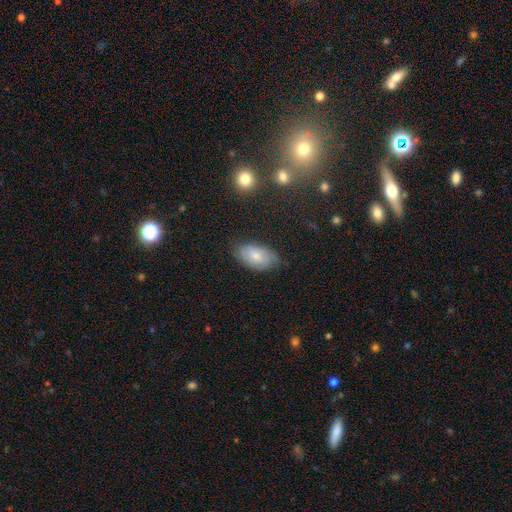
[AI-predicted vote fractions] This is possibly a smooth galaxy (60%). How rounded: clearly in between (93%). Merging: likely none (75%).